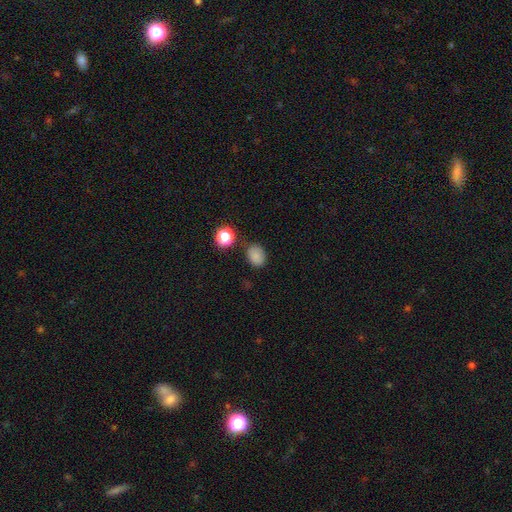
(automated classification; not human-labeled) Smooth or featured? smooth (80%)
How rounded? in between (63%)
Merging? none (76%)